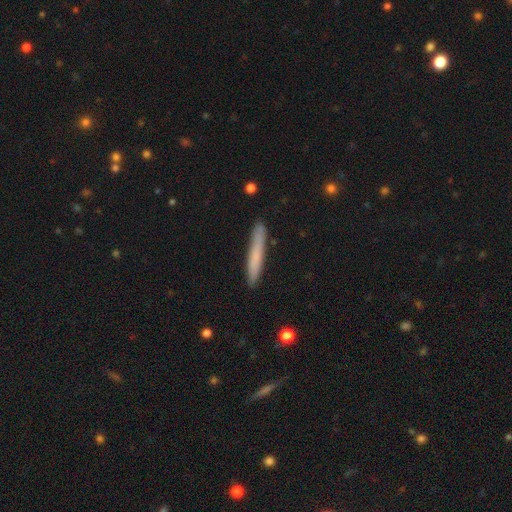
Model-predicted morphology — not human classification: A smooth galaxy with no disk features (70%) that is cigar-shaped (96%).

Vote fractions:
- Smooth or featured? smooth: 70% / featured or disk: 23% / star or artifact: 6%
- How rounded? cigar-shaped: 96% / in between: 3% / round: 1%
- Merging? none: 89% / minor disturbance: 8% / major disturbance: 1% / merger: 1%